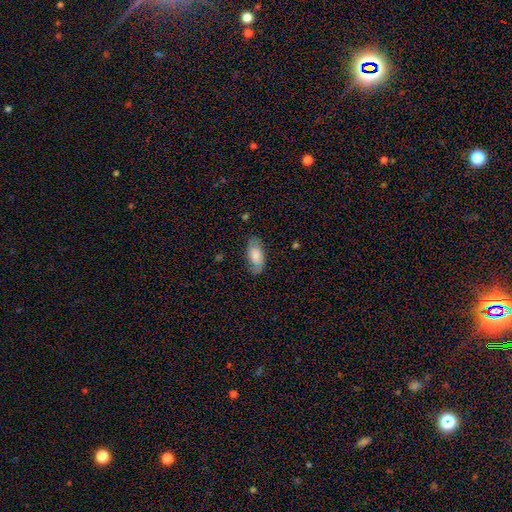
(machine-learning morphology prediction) The model was most divided on "smooth or featured": smooth: 71%, featured or disk: 22%, star or artifact: 7%. More confident: how rounded — in between (92%); merging — none (74%).